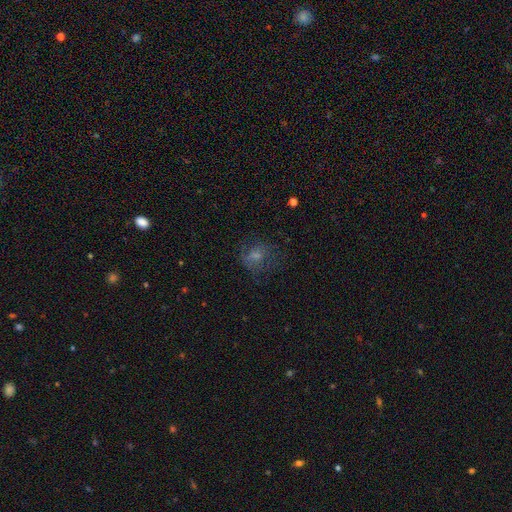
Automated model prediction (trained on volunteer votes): The model was most divided on "how rounded": round: 60%, in between: 39%, cigar-shaped: 1%. More confident: merging — none (53%); smooth or featured — smooth (52%).